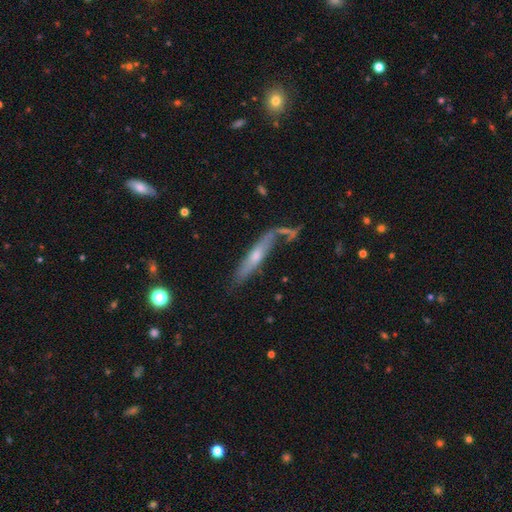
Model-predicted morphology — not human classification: The model was most divided on "smooth or featured": featured or disk: 54%, smooth: 38%, star or artifact: 7%. More confident: edge-on disk — yes (78%); merging — none (55%).